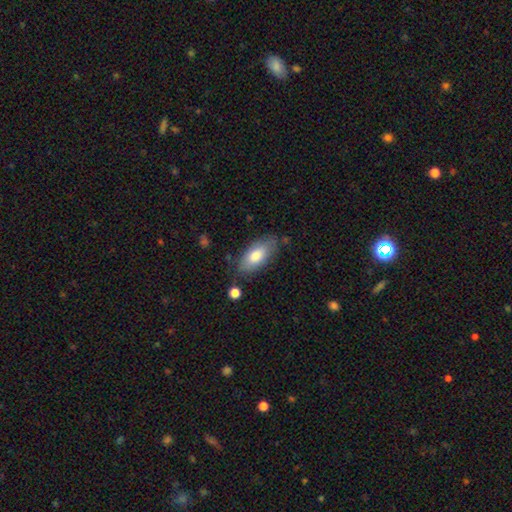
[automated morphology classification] Smooth or featured: smooth — 78% (featured or disk — 15%)
How rounded: in between — 88% (cigar-shaped — 9%)
Merging: none — 76% (minor disturbance — 17%)